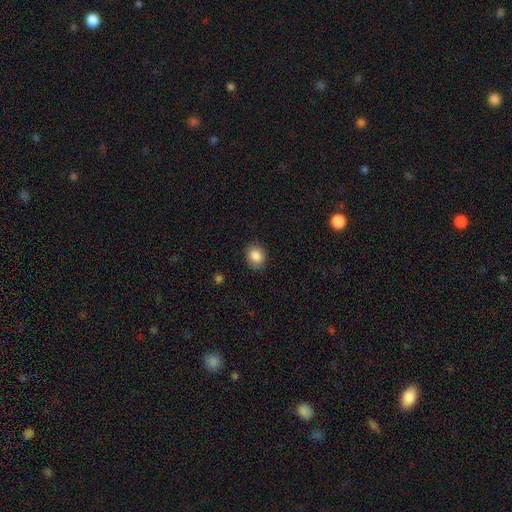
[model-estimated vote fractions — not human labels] Smooth or featured? smooth (86%)
How rounded? round (53%)
Merging? none (86%)